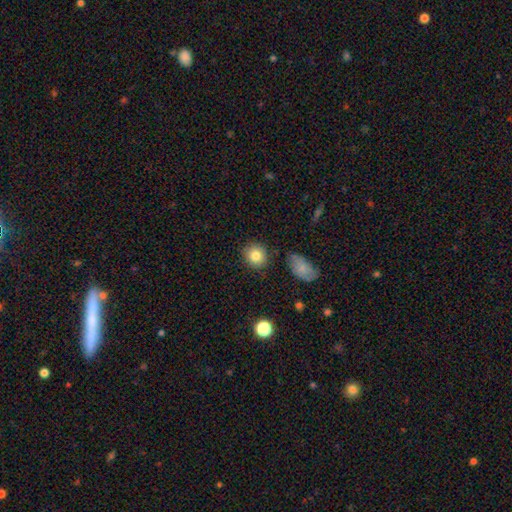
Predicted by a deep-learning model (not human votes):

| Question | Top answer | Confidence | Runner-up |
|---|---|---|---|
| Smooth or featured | smooth | 82% | star or artifact (9%) |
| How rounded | round | 82% | in between (17%) |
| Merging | none | 82% | minor disturbance (11%) |